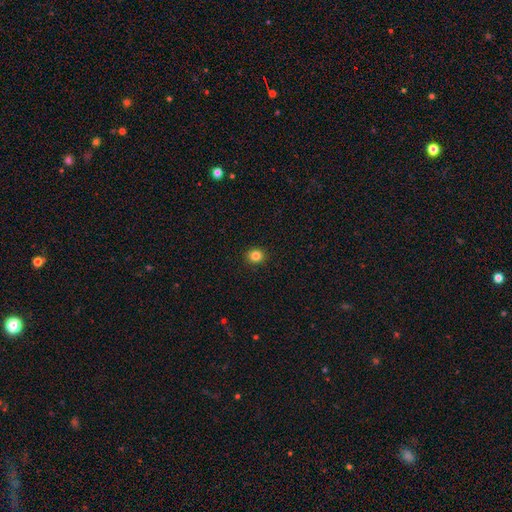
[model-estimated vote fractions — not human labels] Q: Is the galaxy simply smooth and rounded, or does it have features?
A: smooth — 84%.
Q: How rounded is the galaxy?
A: round — 85%.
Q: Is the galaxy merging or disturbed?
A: none — 92%.